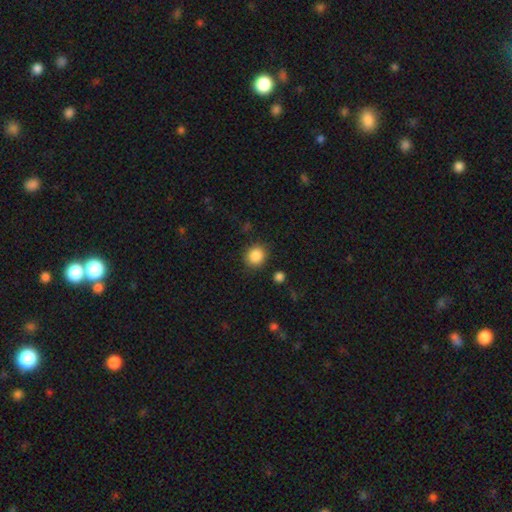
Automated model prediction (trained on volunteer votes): smooth 87%, star or artifact 9%, featured or disk 4%. Down the decision tree: how rounded — round (83%); merging — none (88%).